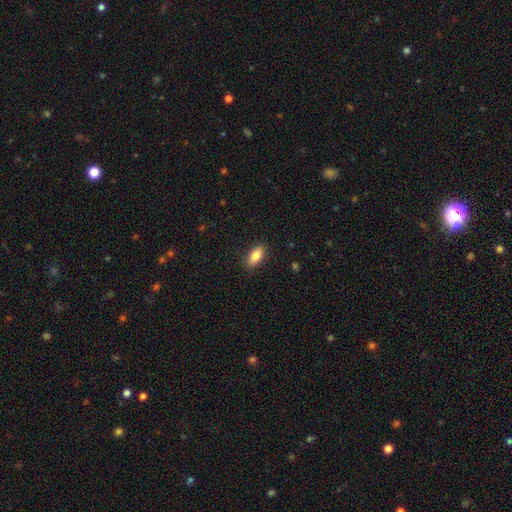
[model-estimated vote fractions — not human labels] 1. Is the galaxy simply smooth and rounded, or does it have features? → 82% smooth, 11% featured or disk, 7% star or artifact.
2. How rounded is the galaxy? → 86% in between, 11% cigar-shaped, 3% round.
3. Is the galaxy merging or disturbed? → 88% none, 9% minor disturbance, 2% major disturbance, 1% merger.